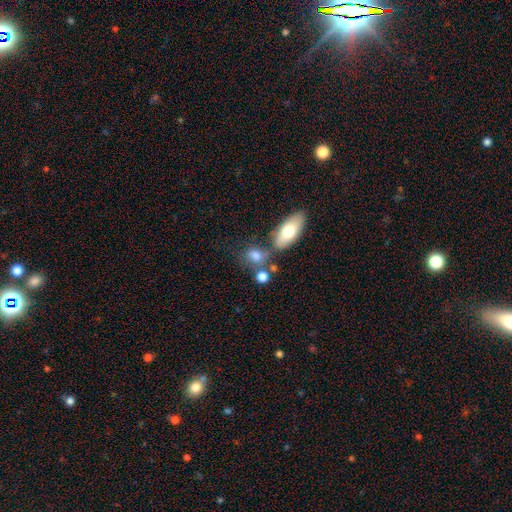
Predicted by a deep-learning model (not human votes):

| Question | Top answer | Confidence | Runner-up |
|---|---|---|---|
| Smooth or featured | smooth | 78% | featured or disk (13%) |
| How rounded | in between | 64% | round (32%) |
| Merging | none | 56% | merger (22%) |